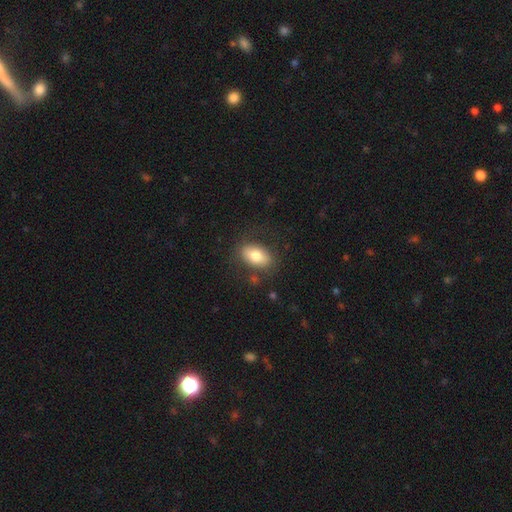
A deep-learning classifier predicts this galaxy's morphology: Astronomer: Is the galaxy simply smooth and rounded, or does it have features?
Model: smooth — 75%.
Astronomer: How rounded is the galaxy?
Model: in between — 88%.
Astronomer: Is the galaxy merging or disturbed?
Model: none — 78%.